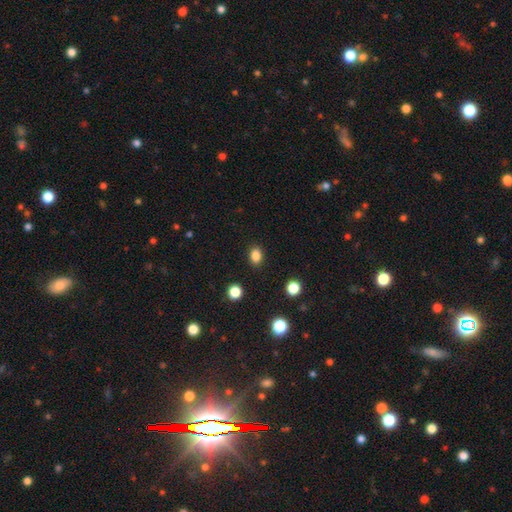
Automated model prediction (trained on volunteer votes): smooth 85%, star or artifact 11%, featured or disk 4%. Down the decision tree: how rounded — in between (63%); merging — none (89%).